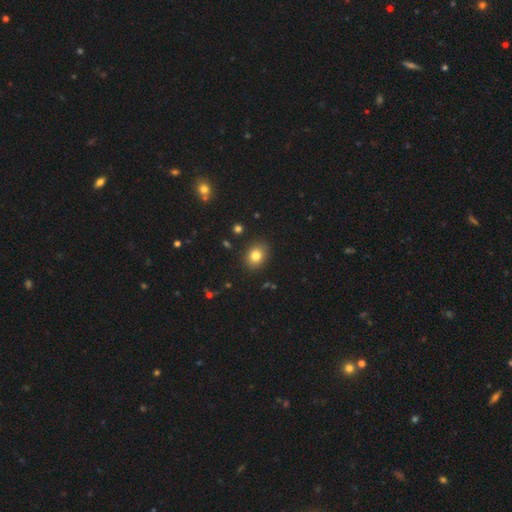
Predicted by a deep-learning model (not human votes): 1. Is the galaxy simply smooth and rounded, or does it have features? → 81% smooth, 11% star or artifact, 8% featured or disk.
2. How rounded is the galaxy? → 52% round, 47% in between, 1% cigar-shaped.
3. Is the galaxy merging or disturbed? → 88% none, 9% minor disturbance, 2% major disturbance, 2% merger.